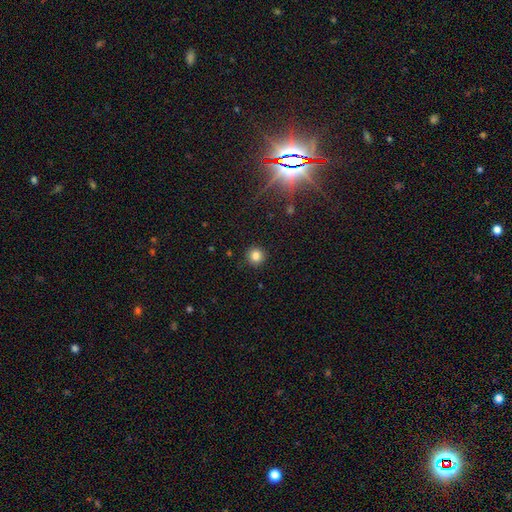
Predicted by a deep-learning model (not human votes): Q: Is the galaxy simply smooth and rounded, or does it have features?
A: smooth — 83%.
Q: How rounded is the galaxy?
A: round — 93%.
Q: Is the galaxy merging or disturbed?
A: none — 91%.